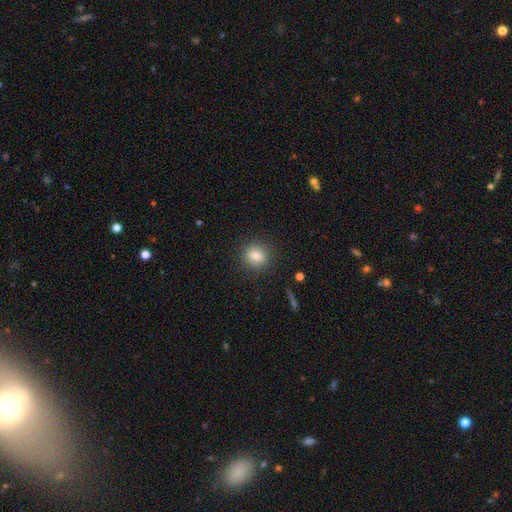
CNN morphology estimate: A smooth galaxy with no disk features (84%) that is round (80%).

Vote fractions:
- Smooth or featured? smooth: 84% / star or artifact: 10% / featured or disk: 6%
- How rounded? round: 80% / in between: 19% / cigar-shaped: 1%
- Merging? none: 88% / minor disturbance: 8% / major disturbance: 3% / merger: 1%